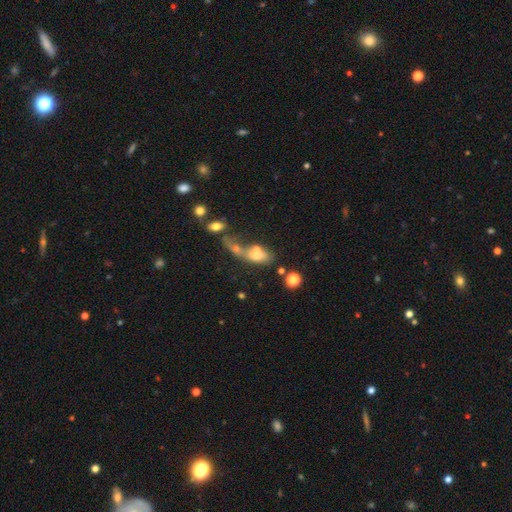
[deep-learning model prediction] Overall: smooth (53%; featured or disk 32%). How rounded: in between (71%). Merging: merger (60%).